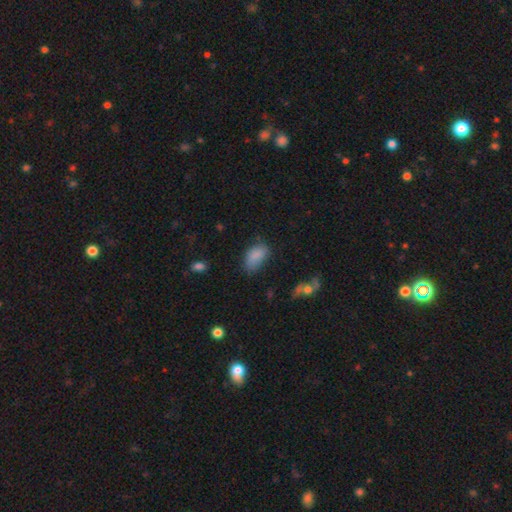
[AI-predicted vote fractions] Smooth or featured: smooth — 84% (star or artifact — 9%)
How rounded: in between — 92% (round — 6%)
Merging: none — 63% (minor disturbance — 27%)